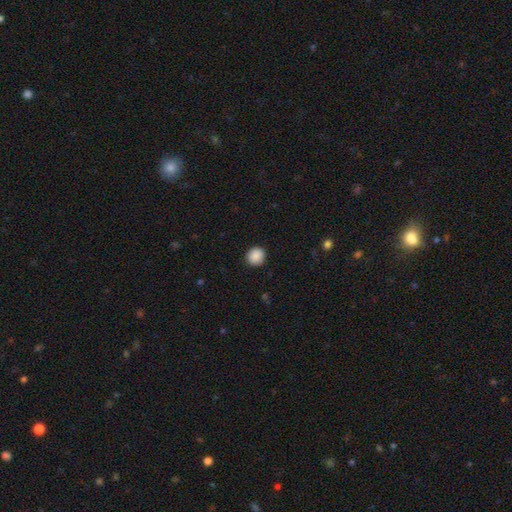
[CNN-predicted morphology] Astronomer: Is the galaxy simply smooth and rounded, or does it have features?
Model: smooth — 89%.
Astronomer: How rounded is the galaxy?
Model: round — 88%.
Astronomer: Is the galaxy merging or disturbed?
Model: none — 91%.